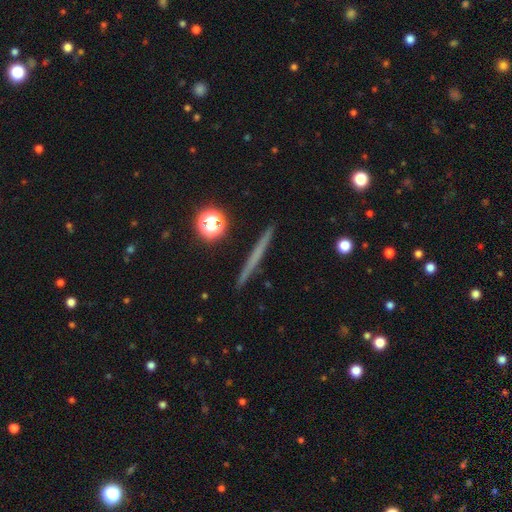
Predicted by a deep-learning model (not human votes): This is possibly a smooth galaxy (46%, tied with featured or disk). Merging: clearly none (91%).